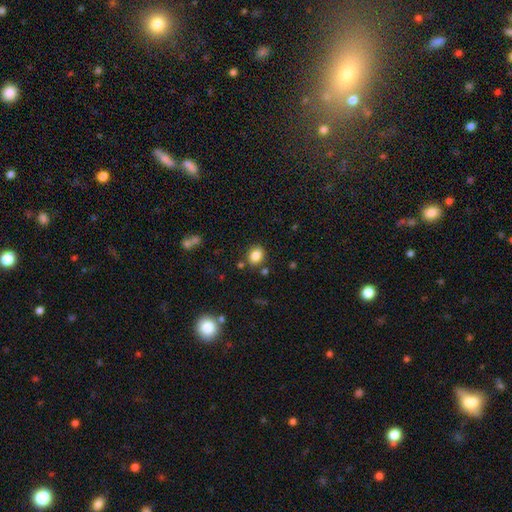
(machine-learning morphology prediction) Smooth or featured? smooth (85%)
How rounded? round (53%)
Merging? none (82%)